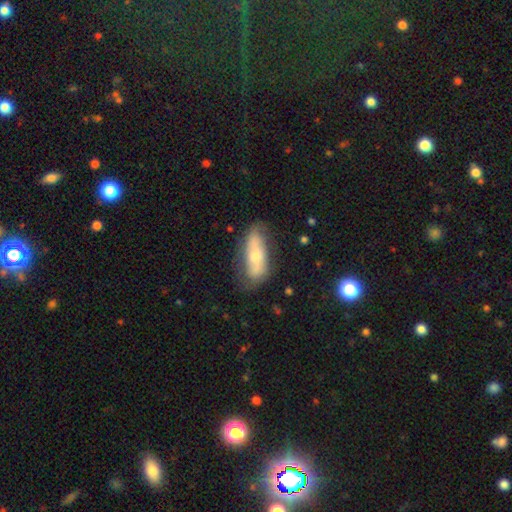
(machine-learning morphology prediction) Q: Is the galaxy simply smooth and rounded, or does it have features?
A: smooth — 48%.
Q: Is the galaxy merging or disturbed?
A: none — 68%.